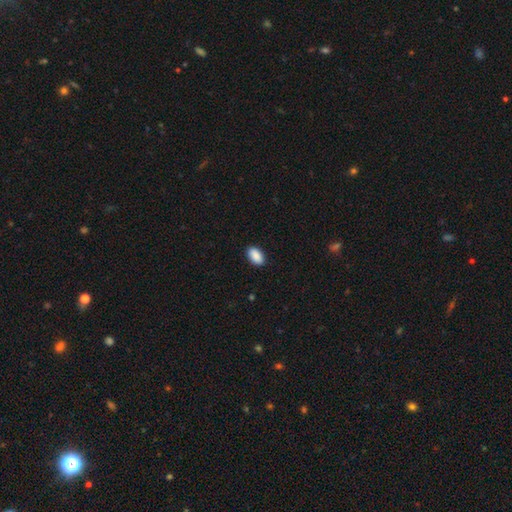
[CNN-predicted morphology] smooth_or_featured: smooth (p=0.91) [alt: star or artifact p=0.07]
how_rounded: in between (p=0.94) [alt: round p=0.05]
merging: none (p=0.89) [alt: minor disturbance p=0.08]